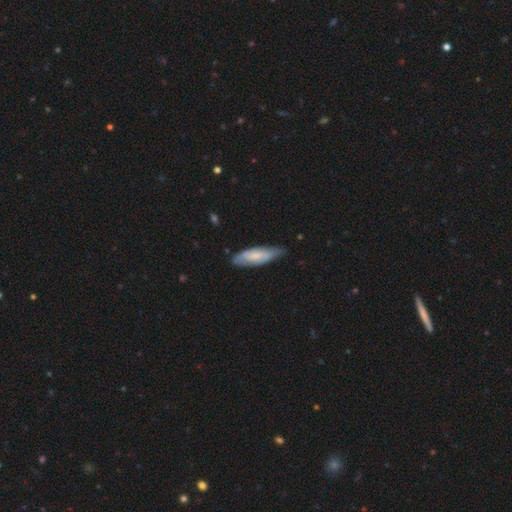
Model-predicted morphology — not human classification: Smooth or featured? Predicted: smooth (p=0.59). How rounded? Predicted: in between (p=0.52). Merging? Predicted: none (p=0.66).